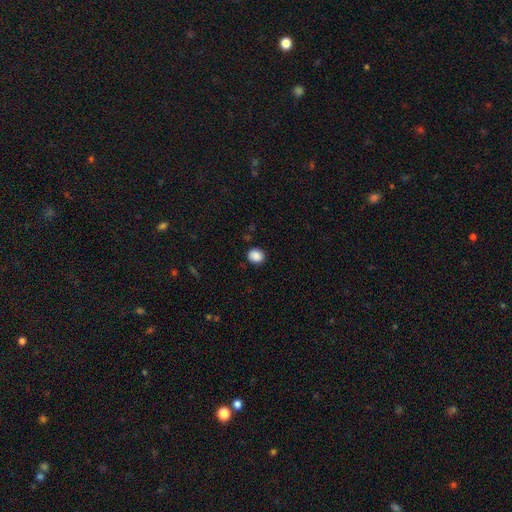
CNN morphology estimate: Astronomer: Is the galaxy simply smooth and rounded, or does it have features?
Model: smooth — 88%.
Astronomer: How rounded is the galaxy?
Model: round — 77%.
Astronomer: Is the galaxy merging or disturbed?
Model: none — 88%.